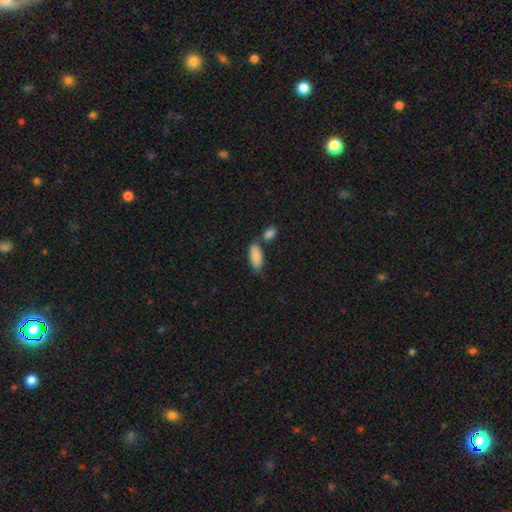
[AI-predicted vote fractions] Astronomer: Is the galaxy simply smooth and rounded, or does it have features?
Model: smooth — 88%.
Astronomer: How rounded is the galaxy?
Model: in between — 83%.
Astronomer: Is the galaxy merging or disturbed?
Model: none — 60%.